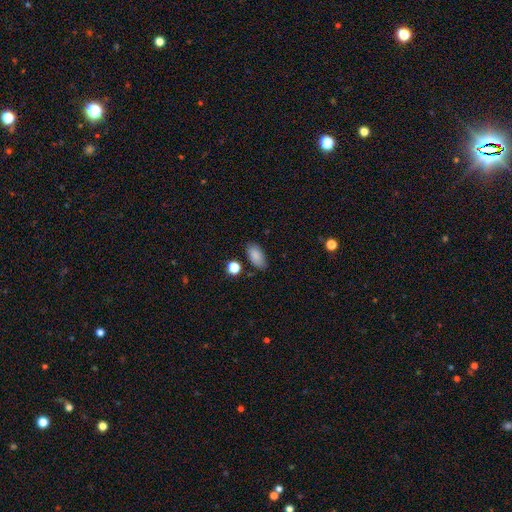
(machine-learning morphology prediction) type=smooth (86%); roundness=in between (91%); merging=none (81%).